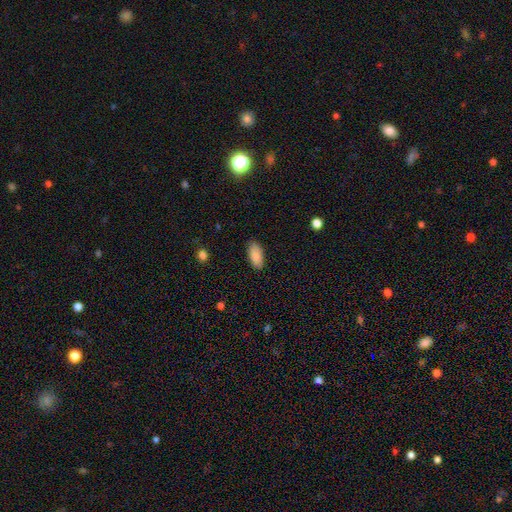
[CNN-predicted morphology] A smooth galaxy with no disk features (88%) that is in between round and cigar-shaped (91%).

Vote fractions:
- Smooth or featured? smooth: 88% / star or artifact: 7% / featured or disk: 6%
- How rounded? in between: 91% / cigar-shaped: 7% / round: 2%
- Merging? none: 87% / minor disturbance: 10% / major disturbance: 2% / merger: 1%